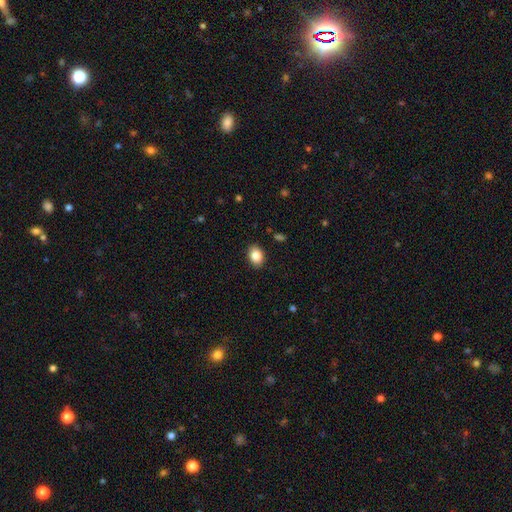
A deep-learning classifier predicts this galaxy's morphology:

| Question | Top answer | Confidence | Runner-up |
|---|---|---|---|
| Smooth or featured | smooth | 86% | star or artifact (8%) |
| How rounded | in between | 73% | round (26%) |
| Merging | none | 89% | minor disturbance (8%) |